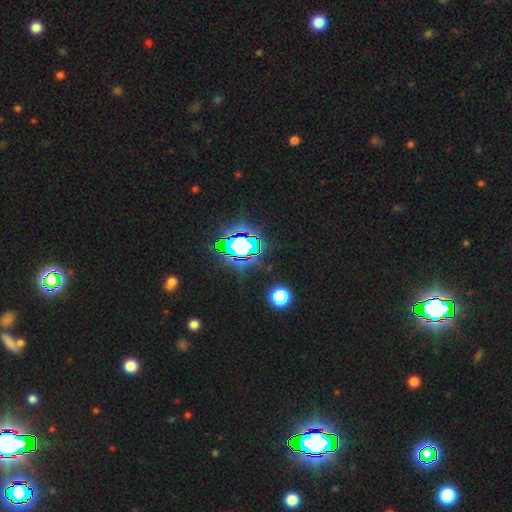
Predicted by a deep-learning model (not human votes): star or artifact 80%, smooth 12%, featured or disk 8%.